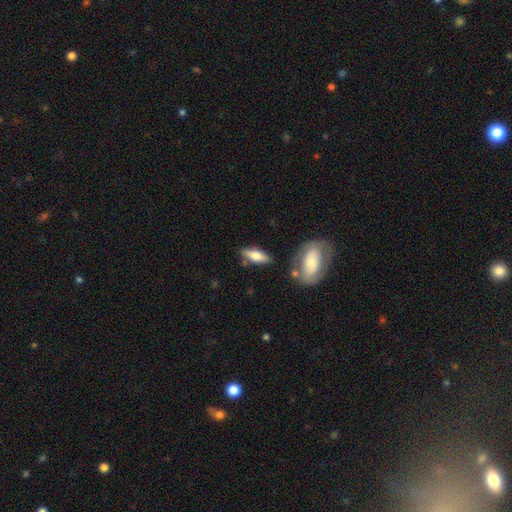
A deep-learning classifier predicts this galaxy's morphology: type=smooth (57%); roundness=in between (61%); merging=none (76%).